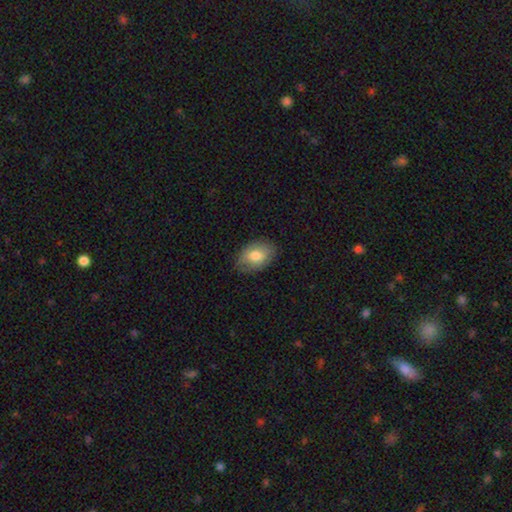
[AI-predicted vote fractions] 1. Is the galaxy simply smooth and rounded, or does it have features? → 77% smooth, 16% featured or disk, 7% star or artifact.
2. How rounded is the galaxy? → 85% in between, 14% round, 1% cigar-shaped.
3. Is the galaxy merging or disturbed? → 80% none, 16% minor disturbance, 3% major disturbance, 1% merger.